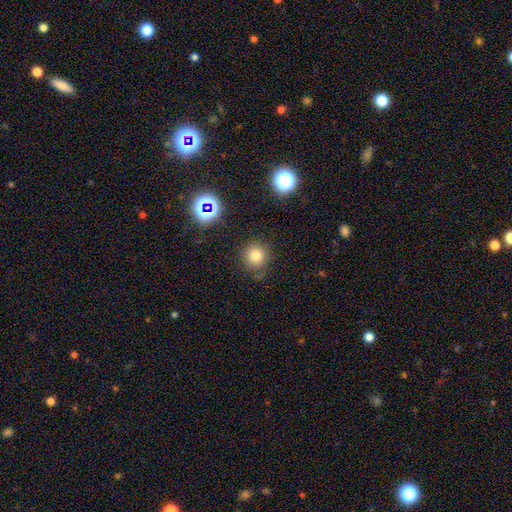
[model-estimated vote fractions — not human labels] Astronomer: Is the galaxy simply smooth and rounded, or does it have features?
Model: smooth — 76%.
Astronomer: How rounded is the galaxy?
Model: round — 92%.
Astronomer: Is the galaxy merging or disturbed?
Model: none — 81%.